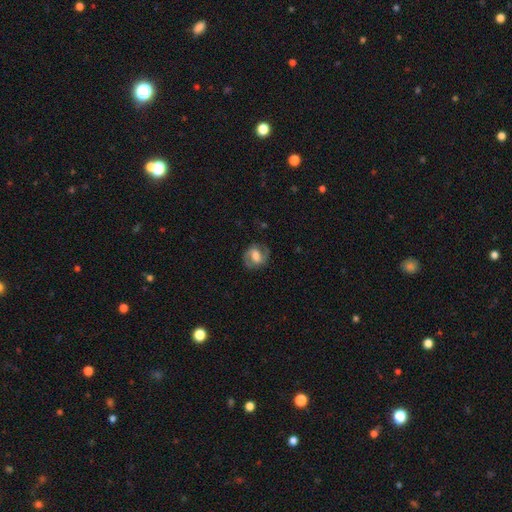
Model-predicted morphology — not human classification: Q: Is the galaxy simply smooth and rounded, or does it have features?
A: featured or disk — 68%.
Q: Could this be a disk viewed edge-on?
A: no — 97%.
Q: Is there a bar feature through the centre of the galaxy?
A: weak — 45%.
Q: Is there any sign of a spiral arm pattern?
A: yes — 88%.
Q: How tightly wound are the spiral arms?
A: medium — 51%.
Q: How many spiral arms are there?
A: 2 — 88%.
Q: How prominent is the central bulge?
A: moderate — 43%.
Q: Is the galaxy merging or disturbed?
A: none — 77%.